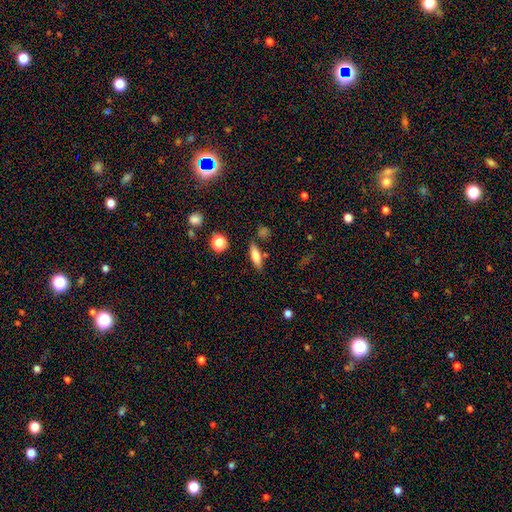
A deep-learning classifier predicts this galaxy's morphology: Smooth or featured?
  - smooth: 72% *
  - featured or disk: 19%
  - star or artifact: 9%
How rounded?
  - in between: 49% *
  - cigar-shaped: 48%
  - round: 4%
Merging?
  - none: 79% *
  - minor disturbance: 12%
  - merger: 6%
  - major disturbance: 4%